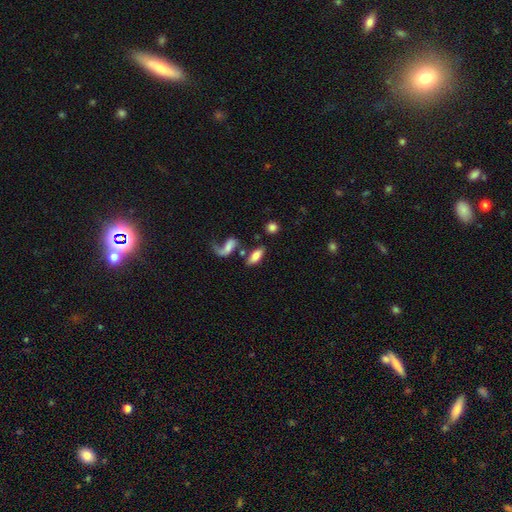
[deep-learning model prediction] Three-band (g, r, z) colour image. It shows a smooth galaxy with no disk features (71%) that is in between round and cigar-shaped (80%). Merging: none (61%).